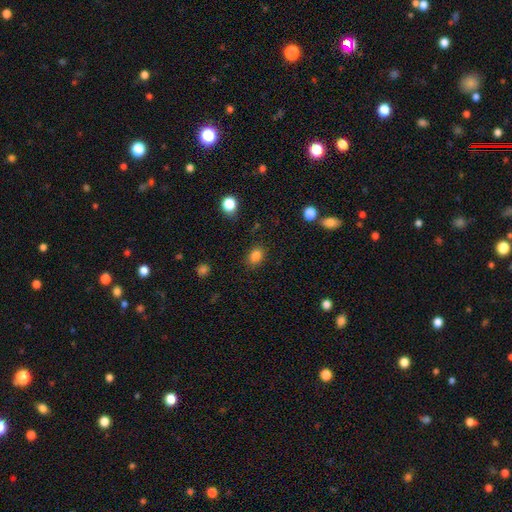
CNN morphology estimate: A smooth galaxy with no disk features (83%) that is in between round and cigar-shaped (58%).

Vote fractions:
- Smooth or featured? smooth: 83% / star or artifact: 12% / featured or disk: 5%
- How rounded? in between: 58% / round: 41% / cigar-shaped: 1%
- Merging? none: 84% / minor disturbance: 11% / major disturbance: 3% / merger: 2%